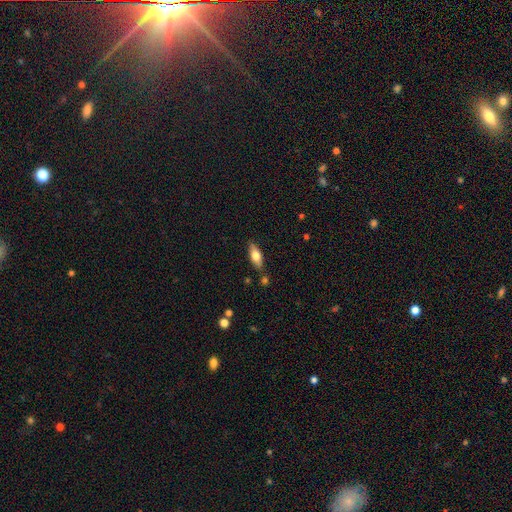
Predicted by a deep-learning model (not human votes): The model was most divided on "smooth or featured": smooth: 69%, featured or disk: 25%, star or artifact: 7%. More confident: merging — none (80%); how rounded — in between (73%).